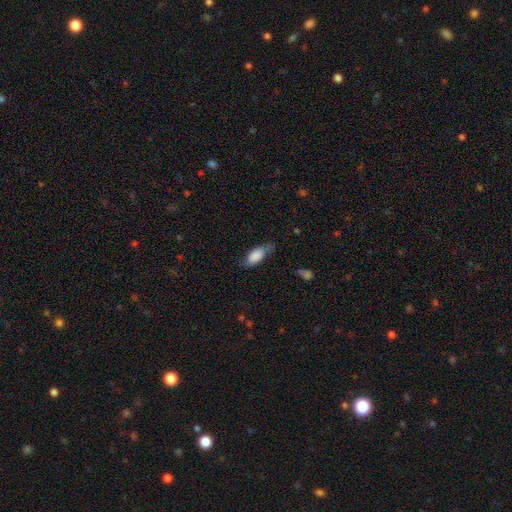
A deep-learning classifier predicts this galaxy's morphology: This appears to be a smooth galaxy with no disk features (79%) that is in between round and cigar-shaped (85%). Merging: none (59%).